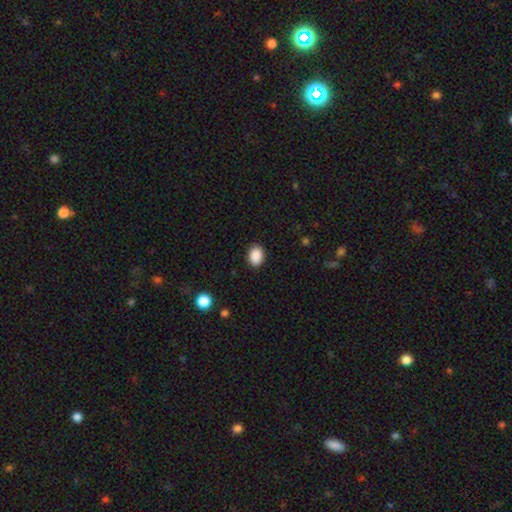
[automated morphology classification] type=smooth (89%); roundness=in between (70%); merging=none (89%).